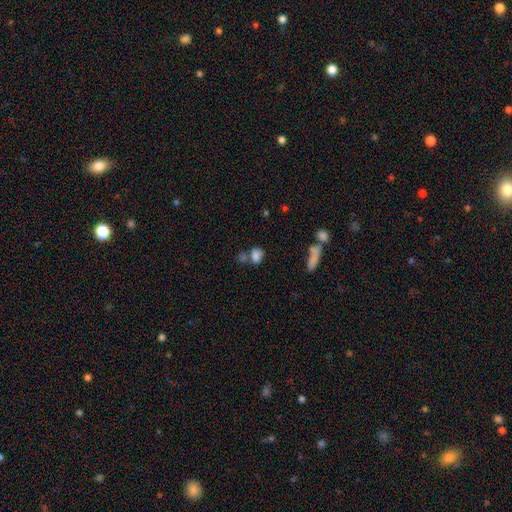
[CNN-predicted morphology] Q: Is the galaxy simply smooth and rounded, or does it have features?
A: smooth — 78%.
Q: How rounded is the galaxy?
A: in between — 74%.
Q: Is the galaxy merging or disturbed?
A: none — 42%.